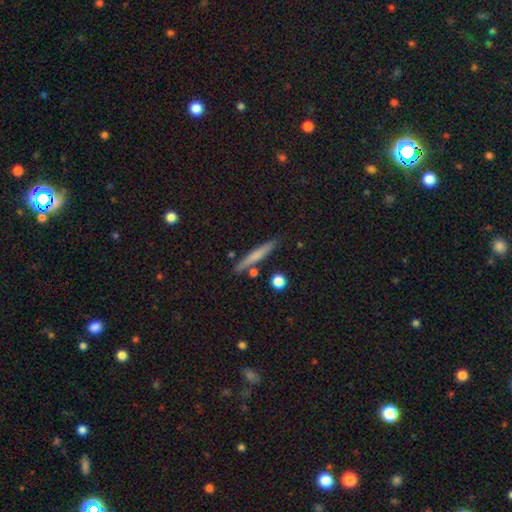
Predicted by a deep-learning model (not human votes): The model was most divided on "smooth or featured": smooth: 62%, featured or disk: 31%, star or artifact: 7%. More confident: how rounded — cigar-shaped (94%); merging — none (85%).